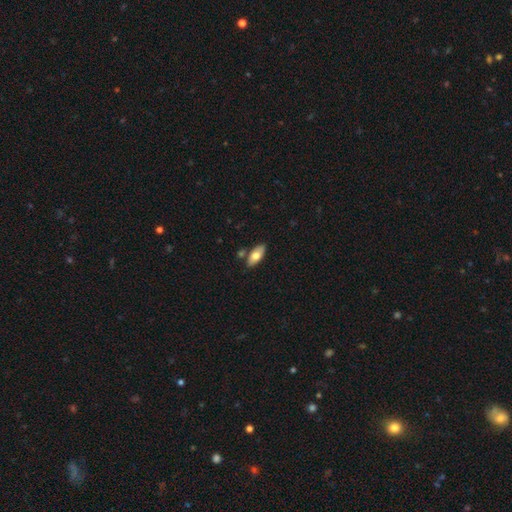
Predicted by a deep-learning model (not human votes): Smooth or featured? smooth (72%)
How rounded? in between (88%)
Merging? none (80%)